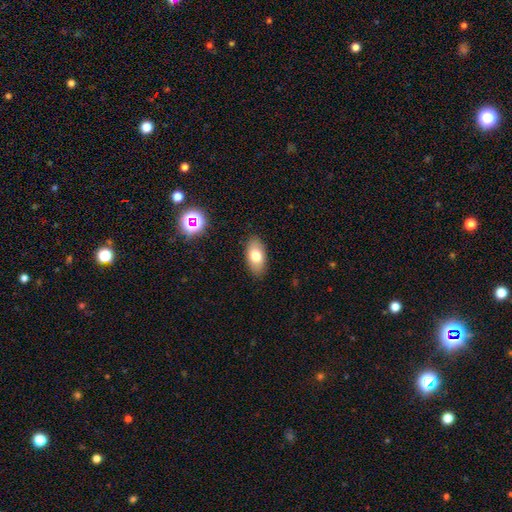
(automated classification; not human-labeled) Smooth or featured: smooth — 75% (featured or disk — 16%)
How rounded: in between — 92% (round — 4%)
Merging: none — 87% (minor disturbance — 9%)